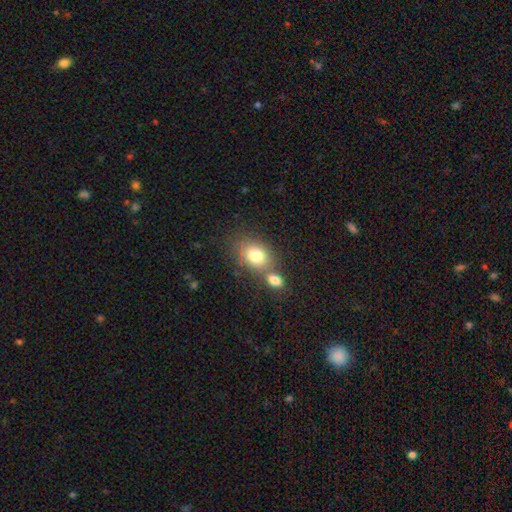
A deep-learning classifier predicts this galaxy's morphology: Smooth or featured: smooth — 78% (featured or disk — 12%)
How rounded: in between — 61% (round — 38%)
Merging: none — 48% (merger — 37%)